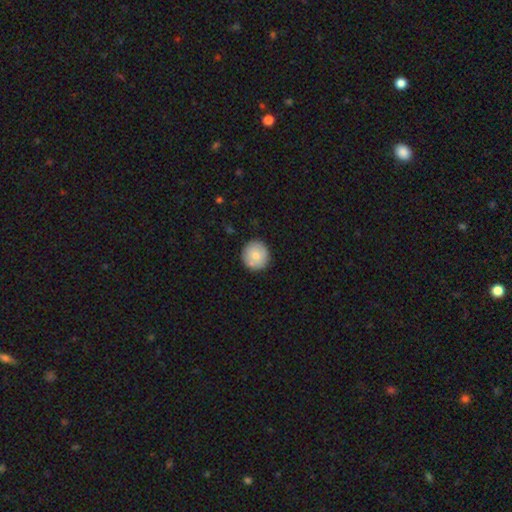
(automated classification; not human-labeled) This appears to be a smooth galaxy with no disk features (79%) that is round (94%). Merging: none (87%).